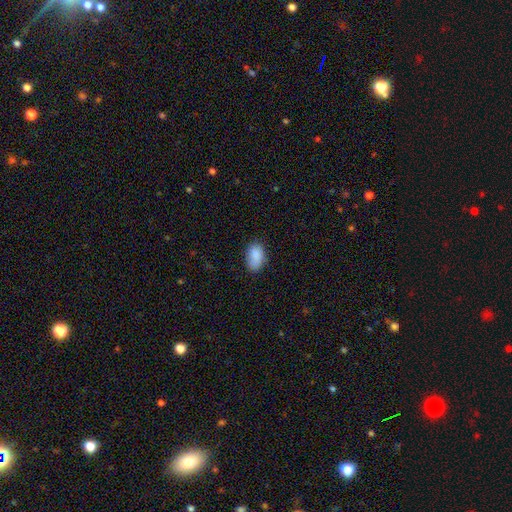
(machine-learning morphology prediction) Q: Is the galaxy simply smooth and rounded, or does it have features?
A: smooth — 87%.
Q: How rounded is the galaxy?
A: in between — 91%.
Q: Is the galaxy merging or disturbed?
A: none — 72%.